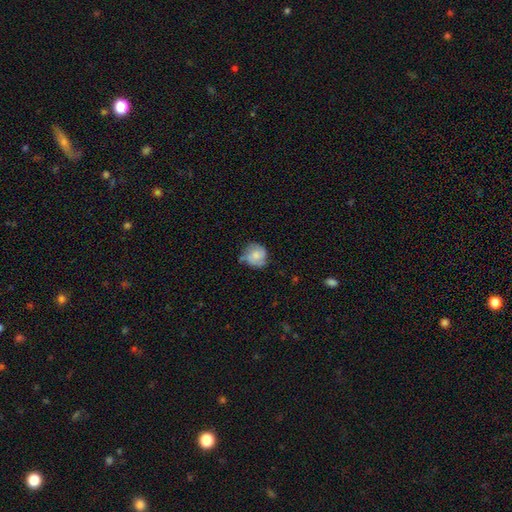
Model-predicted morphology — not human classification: smooth-or-featured: smooth: 58% | featured or disk: 34% | star or artifact: 8%
  how-rounded: round: 82% | in between: 17% | cigar-shaped: 1%
  merging: none: 51% | minor disturbance: 34% | major disturbance: 11% | merger: 5%